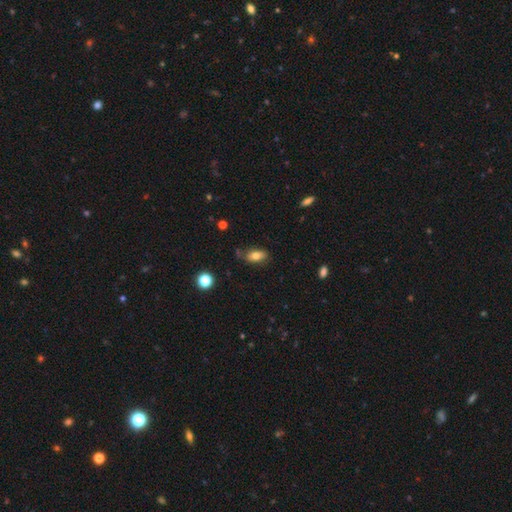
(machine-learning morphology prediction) The model was most divided on "merging": none: 70%, minor disturbance: 21%, major disturbance: 5%, merger: 4%. More confident: how rounded — in between (87%); smooth or featured — smooth (75%).